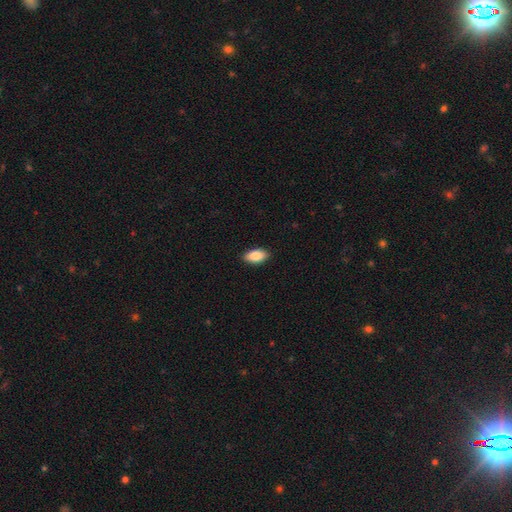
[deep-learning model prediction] Q: Smooth or featured?
A: smooth (86%); runner-up: featured or disk (7%)
Q: How rounded?
A: in between (93%); runner-up: round (3%)
Q: Merging?
A: none (90%); runner-up: minor disturbance (8%)